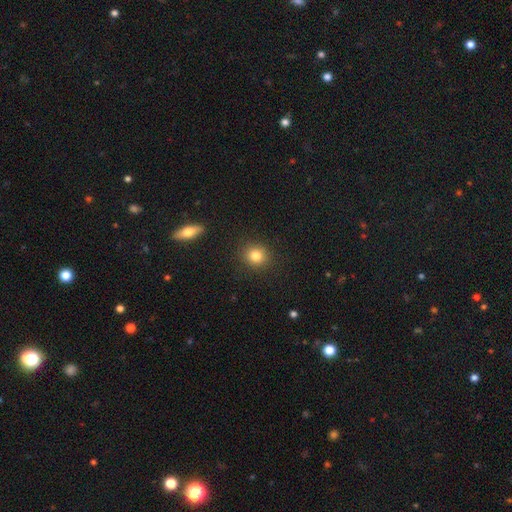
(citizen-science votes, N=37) Morphology: type=smooth (89%); roundness=round (76%); merging=none (83%).